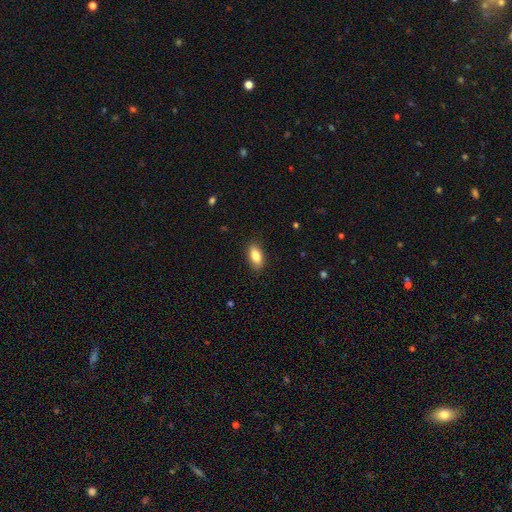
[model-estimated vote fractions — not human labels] Smooth or featured? Predicted: smooth (p=0.86). How rounded? Predicted: in between (p=0.89). Merging? Predicted: none (p=0.87).